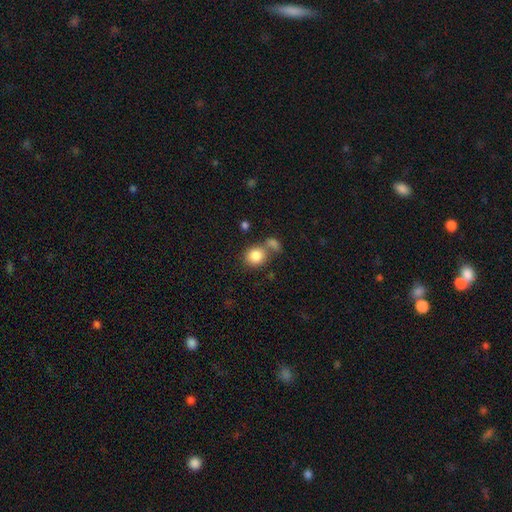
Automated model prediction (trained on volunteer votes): A smooth galaxy with no disk features (84%) that is round (79%).

Vote fractions:
- Smooth or featured? smooth: 84% / star or artifact: 9% / featured or disk: 7%
- How rounded? round: 79% / in between: 20% / cigar-shaped: 1%
- Merging? none: 53% / merger: 31% / minor disturbance: 11% / major disturbance: 5%